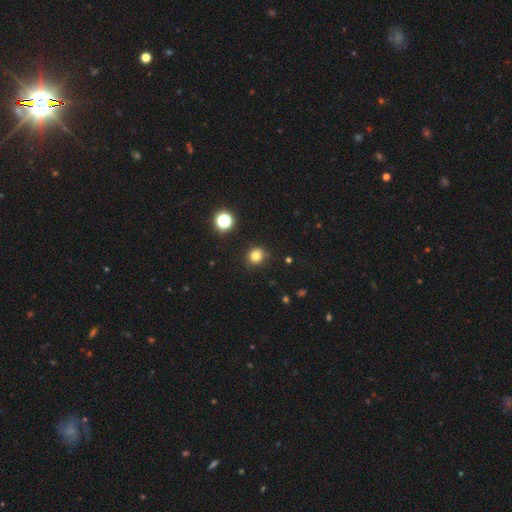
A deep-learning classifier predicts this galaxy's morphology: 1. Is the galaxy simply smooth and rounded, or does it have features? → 79% smooth, 15% star or artifact, 6% featured or disk.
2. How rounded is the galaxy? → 88% round, 11% in between, 1% cigar-shaped.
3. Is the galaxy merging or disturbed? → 86% none, 10% minor disturbance, 3% major disturbance, 2% merger.